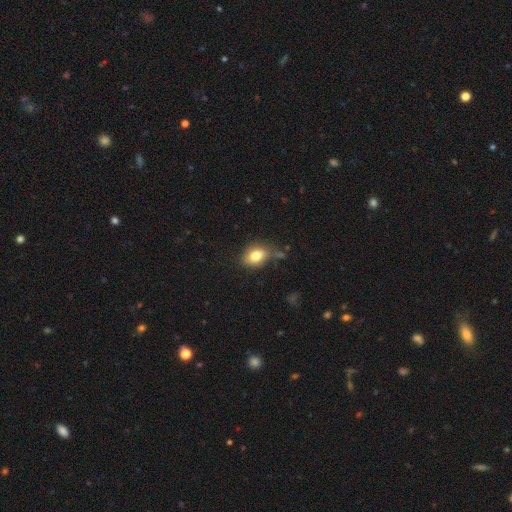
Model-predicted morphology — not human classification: This is likely a smooth galaxy (79%). How rounded: likely in between (76%). Merging: likely none (67%).